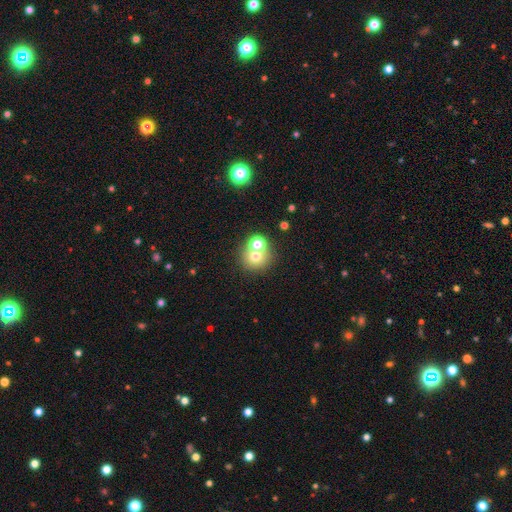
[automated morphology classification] Q: Smooth or featured?
A: smooth (68%); runner-up: featured or disk (16%)
Q: How rounded?
A: round (86%); runner-up: in between (13%)
Q: Merging?
A: none (51%); runner-up: merger (39%)